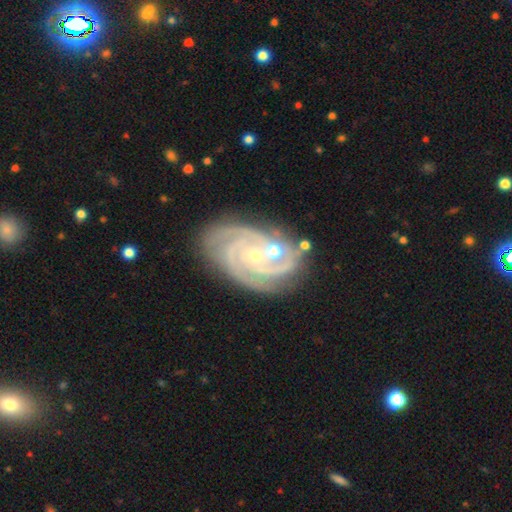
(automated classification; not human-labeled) Q: Smooth or featured?
A: featured or disk (91%); runner-up: star or artifact (5%)
Q: Edge-on disk?
A: no (97%); runner-up: yes (3%)
Q: Bar?
A: no (66%); runner-up: weak (24%)
Q: Spiral arms?
A: yes (98%); runner-up: no (2%)
Q: Spiral winding?
A: tight (72%); runner-up: medium (25%)
Q: Spiral arm count?
A: 3 (47%); runner-up: 4 (23%)
Q: Bulge size?
A: small (69%); runner-up: moderate (28%)
Q: Merging?
A: none (69%); runner-up: minor disturbance (17%)